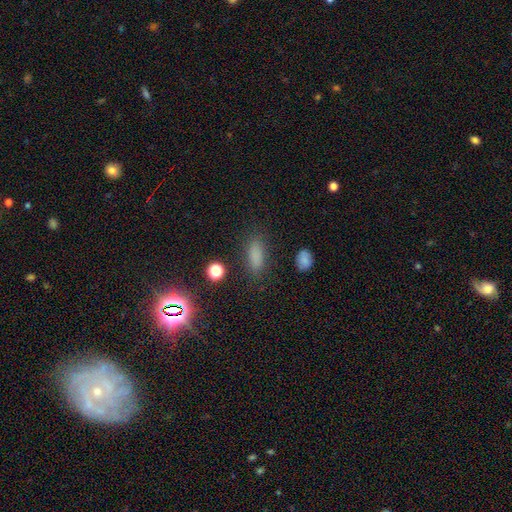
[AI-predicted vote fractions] Smooth or featured? smooth (76%)
How rounded? in between (67%)
Merging? none (83%)